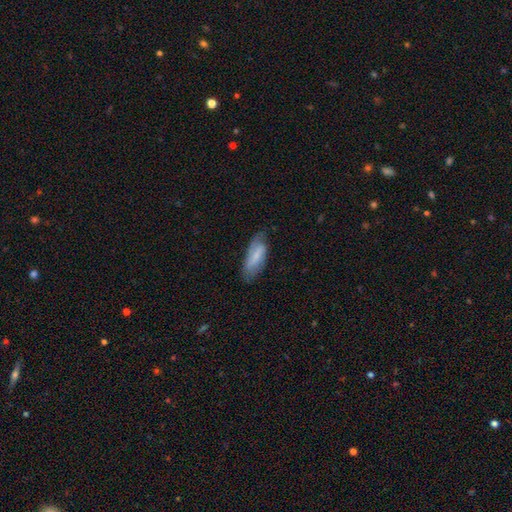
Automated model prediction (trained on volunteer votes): This appears to be a smooth galaxy with no disk features (54%) that is in between round and cigar-shaped (72%). Merging: none (65%).